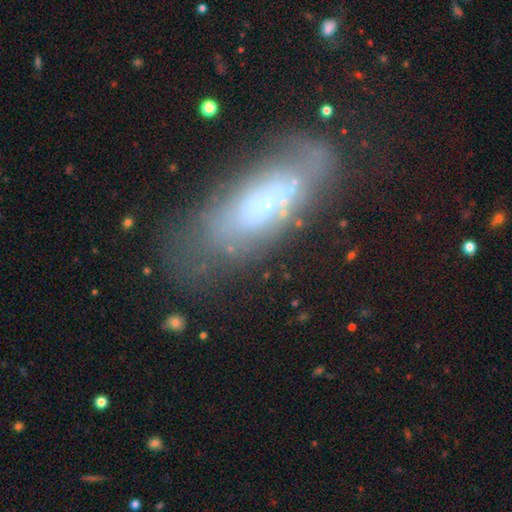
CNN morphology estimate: A featured or disk galaxy (57%). Merging: none (61%).